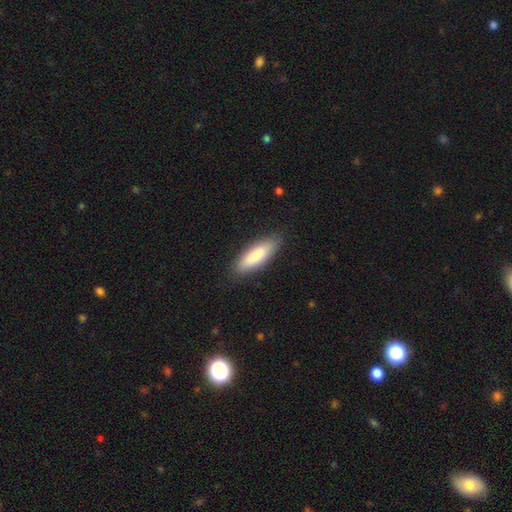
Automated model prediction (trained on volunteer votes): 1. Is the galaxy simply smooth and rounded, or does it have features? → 84% smooth, 10% featured or disk, 5% star or artifact.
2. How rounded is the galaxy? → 52% in between, 46% cigar-shaped, 2% round.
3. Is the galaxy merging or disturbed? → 85% none, 12% minor disturbance, 2% major disturbance, 1% merger.